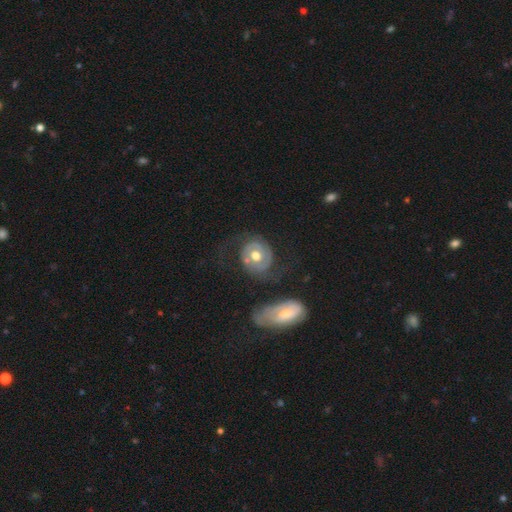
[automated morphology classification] smooth_or_featured: featured or disk (p=0.66) [alt: smooth p=0.29]
disk_edge_on: no (p=0.96) [alt: yes p=0.04]
bar: no (p=0.73) [alt: weak p=0.21]
has_spiral_arms: yes (p=0.71) [alt: no p=0.29]
bulge_size: moderate (p=0.79) [alt: large p=0.11]
merging: none (p=0.53) [alt: minor disturbance p=0.18]